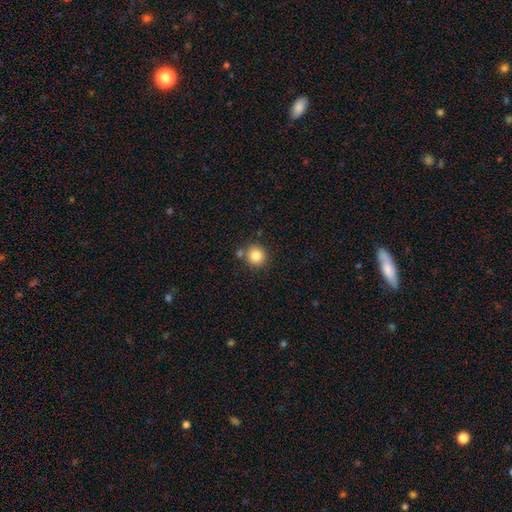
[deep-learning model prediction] Morphology: type=smooth (84%); roundness=round (93%); merging=none (79%).